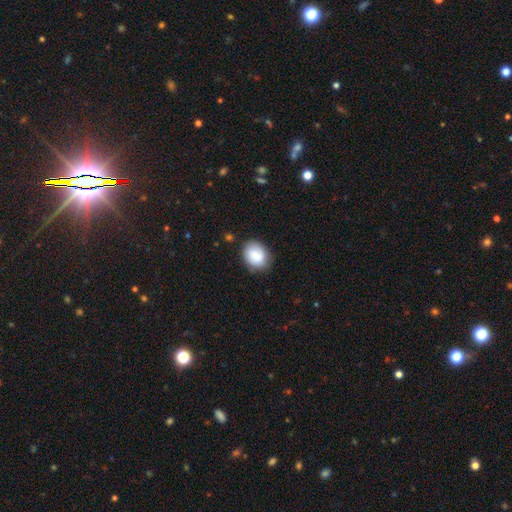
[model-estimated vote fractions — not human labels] This appears to be a smooth galaxy with no disk features (84%) that is in between round and cigar-shaped (61%). Merging: none (77%).